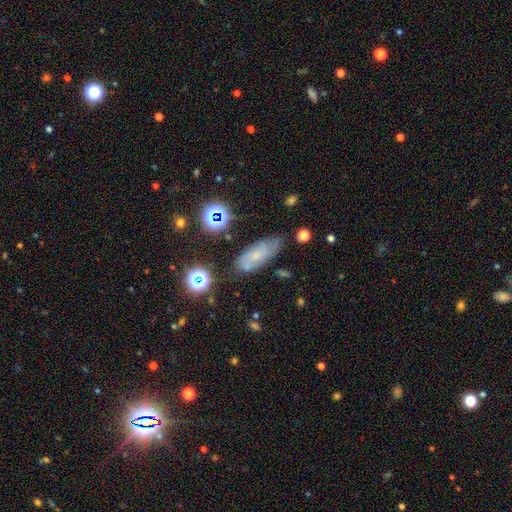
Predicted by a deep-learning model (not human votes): This appears to be a smooth galaxy with no disk features (45%). Merging: none (73%).